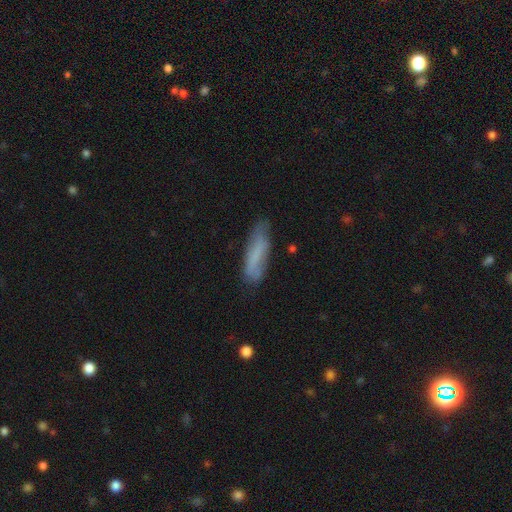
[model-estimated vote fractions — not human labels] Q: Smooth or featured?
A: smooth (65%); runner-up: featured or disk (27%)
Q: How rounded?
A: cigar-shaped (65%); runner-up: in between (34%)
Q: Merging?
A: none (65%); runner-up: minor disturbance (25%)